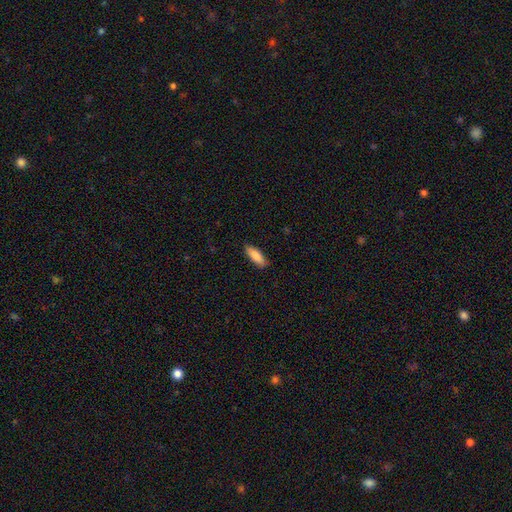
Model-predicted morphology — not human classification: This appears to be a smooth galaxy with no disk features (87%) that is in between round and cigar-shaped (60%). Merging: none (88%).